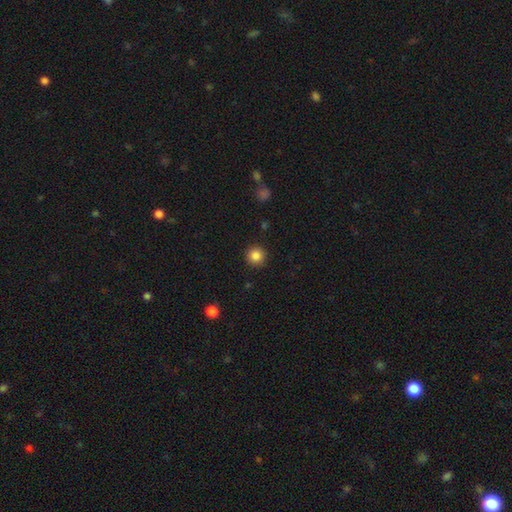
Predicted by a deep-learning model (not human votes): This appears to be a smooth galaxy with no disk features (85%) that is round (95%). Merging: none (92%).